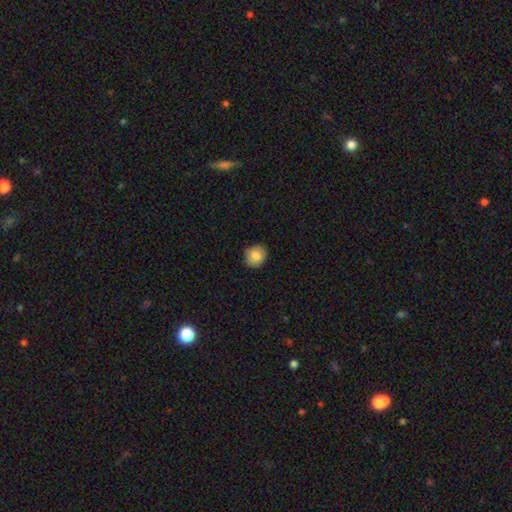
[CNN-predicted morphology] smooth 85%, star or artifact 8%, featured or disk 7%. Down the decision tree: how rounded — round (77%); merging — none (87%).